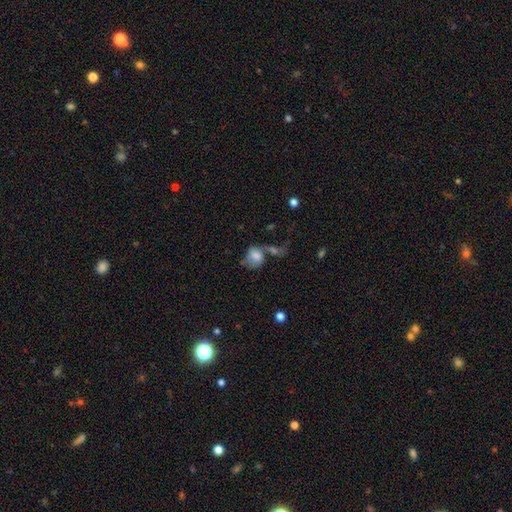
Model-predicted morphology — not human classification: This appears to be a smooth galaxy with no disk features (62%) that is in between round and cigar-shaped (55%). Merging: merger (37%).